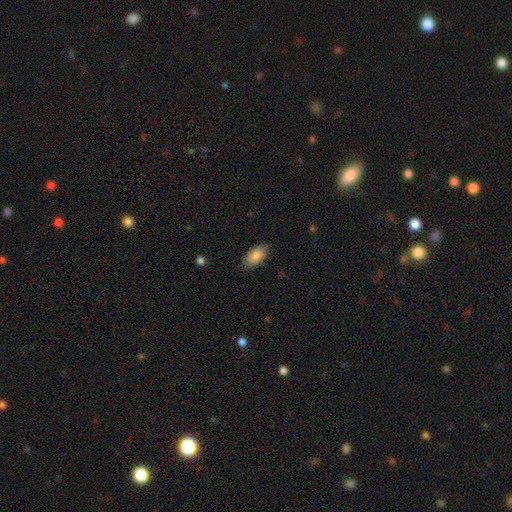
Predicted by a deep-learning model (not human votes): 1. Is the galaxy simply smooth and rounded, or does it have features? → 87% smooth, 7% featured or disk, 6% star or artifact.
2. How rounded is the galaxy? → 94% in between, 3% round, 3% cigar-shaped.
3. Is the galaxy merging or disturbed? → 82% none, 14% minor disturbance, 3% major disturbance, 1% merger.